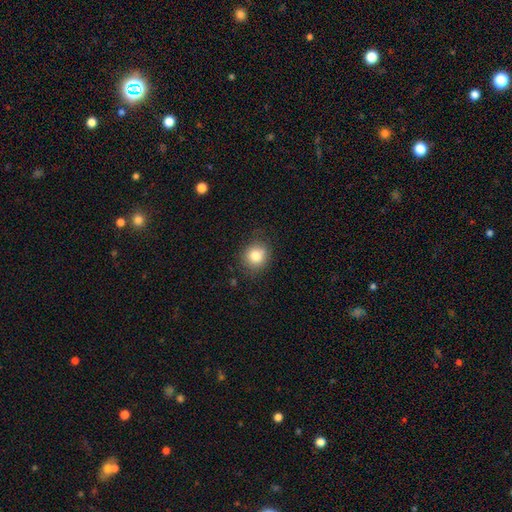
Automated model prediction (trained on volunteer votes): Q: Smooth or featured?
A: smooth (82%); runner-up: star or artifact (10%)
Q: How rounded?
A: round (80%); runner-up: in between (20%)
Q: Merging?
A: none (81%); runner-up: minor disturbance (14%)